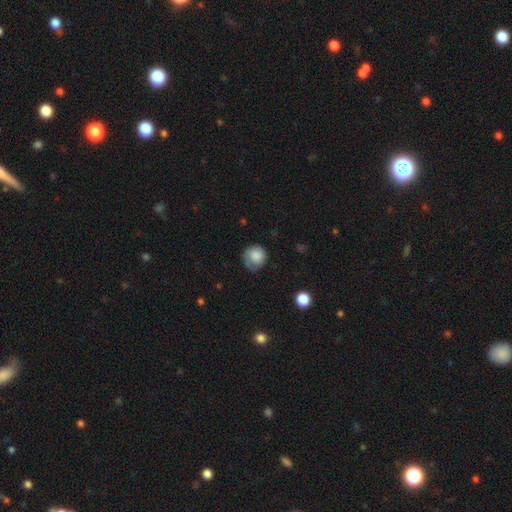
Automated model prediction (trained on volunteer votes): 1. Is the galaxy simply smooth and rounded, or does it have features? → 78% smooth, 15% featured or disk, 7% star or artifact.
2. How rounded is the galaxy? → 86% round, 13% in between, 1% cigar-shaped.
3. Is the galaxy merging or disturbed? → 54% none, 29% minor disturbance, 15% major disturbance, 2% merger.